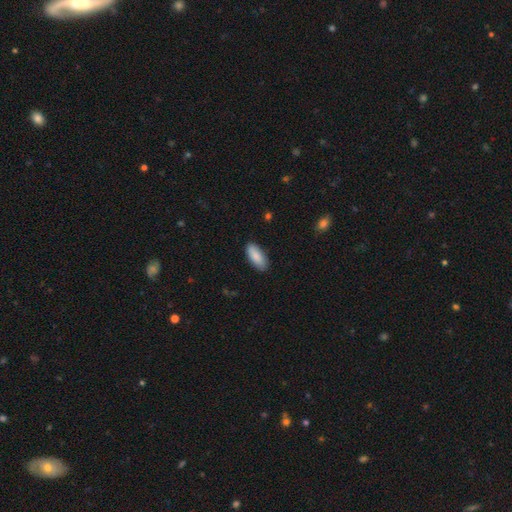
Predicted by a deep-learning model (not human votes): A smooth galaxy with no disk features (88%) that is in between round and cigar-shaped (82%).

Vote fractions:
- Smooth or featured? smooth: 88% / featured or disk: 7% / star or artifact: 6%
- How rounded? in between: 82% / cigar-shaped: 16% / round: 2%
- Merging? none: 88% / minor disturbance: 9% / major disturbance: 2% / merger: 1%